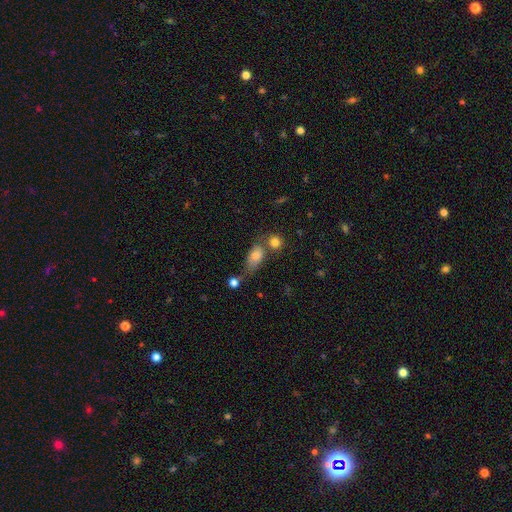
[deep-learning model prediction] Smooth or featured? smooth (77%)
How rounded? in between (81%)
Merging? none (42%)